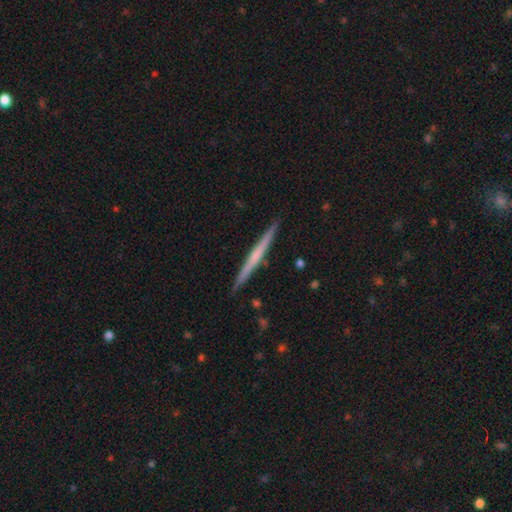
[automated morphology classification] featured or disk 58%, smooth 37%, star or artifact 5%. Down the decision tree: edge-on disk — yes (98%); edge-on bulge — none (67%); merging — none (92%).